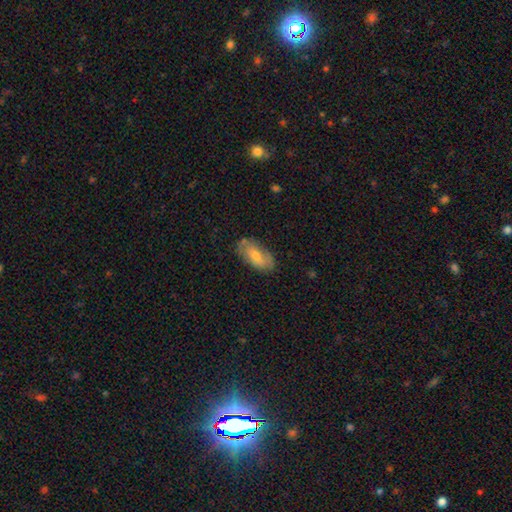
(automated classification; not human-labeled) This appears to be a smooth galaxy with no disk features (60%) that is in between round and cigar-shaped (90%). Merging: none (76%).